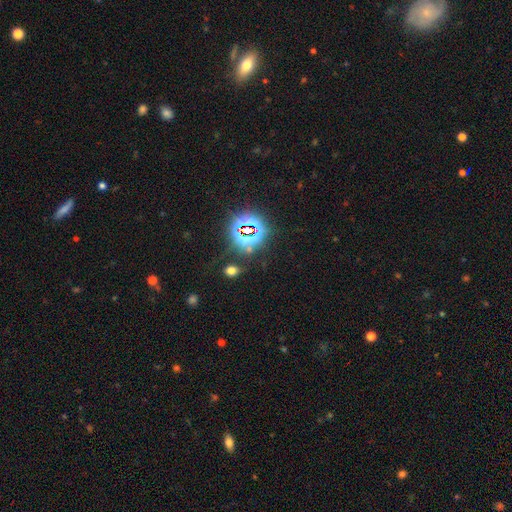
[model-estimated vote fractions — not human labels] Smooth or featured? Predicted: star or artifact (p=0.77).